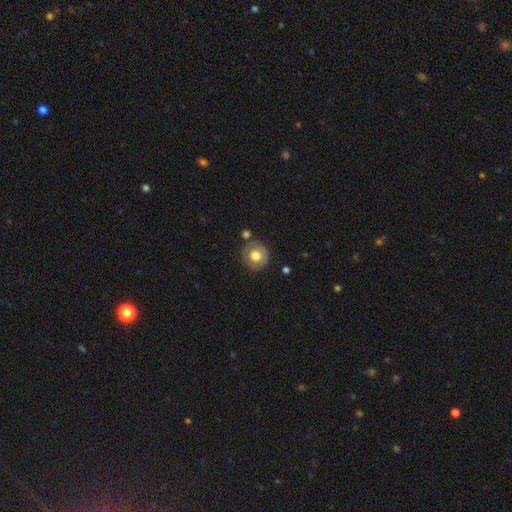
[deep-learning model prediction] smooth-or-featured: smooth: 68% | featured or disk: 24% | star or artifact: 8%
  how-rounded: round: 89% | in between: 10% | cigar-shaped: 1%
  merging: none: 77% | minor disturbance: 13% | merger: 6% | major disturbance: 4%